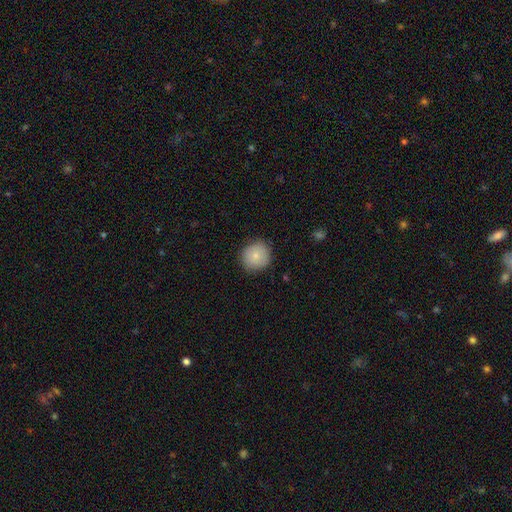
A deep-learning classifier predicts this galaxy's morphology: smooth 81%, featured or disk 11%, star or artifact 8%. Down the decision tree: how rounded — round (91%); merging — none (86%).